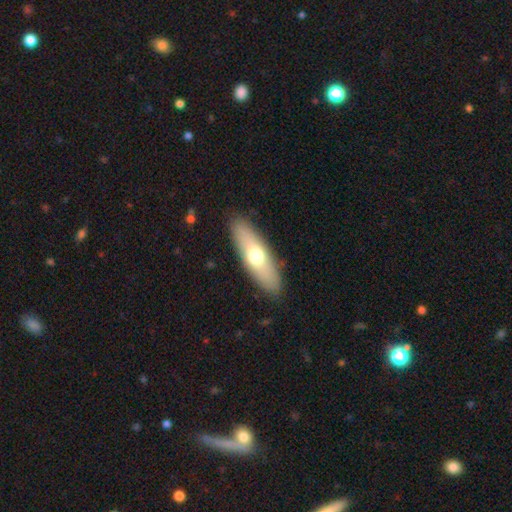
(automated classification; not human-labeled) This appears to be a smooth galaxy with no disk features (63%) that is in between round and cigar-shaped (52%). Merging: none (88%).